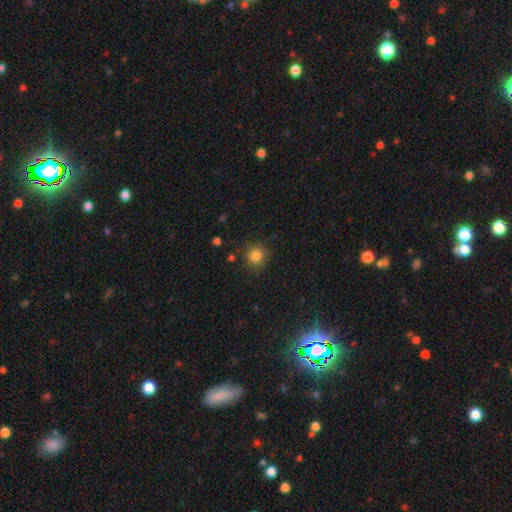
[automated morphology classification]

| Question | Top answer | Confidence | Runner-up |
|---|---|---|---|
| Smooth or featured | smooth | 83% | star or artifact (12%) |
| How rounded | round | 88% | in between (11%) |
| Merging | none | 84% | minor disturbance (11%) |